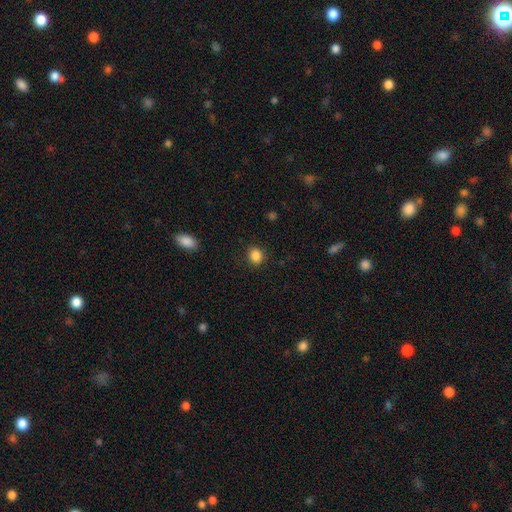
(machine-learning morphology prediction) smooth 86%, star or artifact 10%, featured or disk 3%. Down the decision tree: how rounded — round (74%); merging — none (89%).